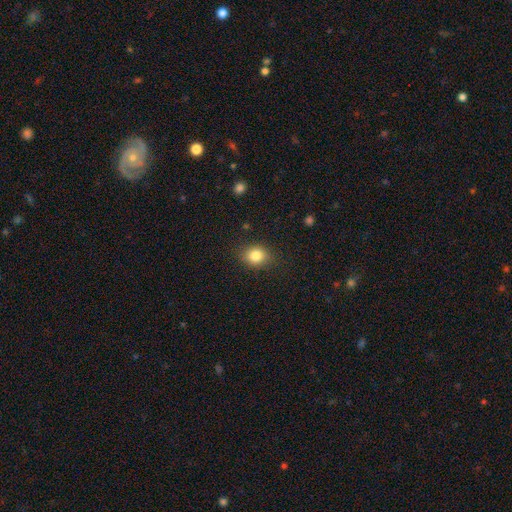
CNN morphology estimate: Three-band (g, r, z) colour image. It shows a smooth galaxy with no disk features (83%) that is round (56%). Merging: none (84%).